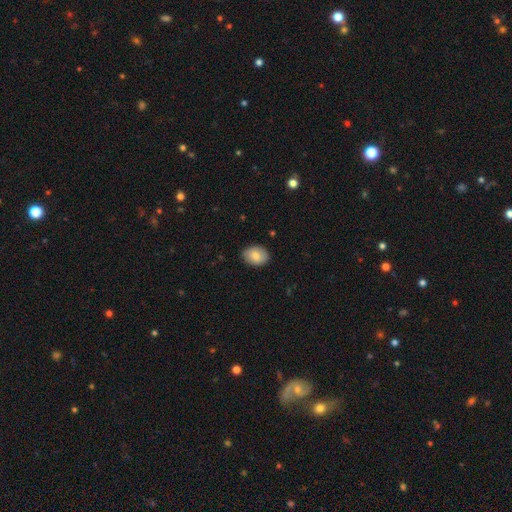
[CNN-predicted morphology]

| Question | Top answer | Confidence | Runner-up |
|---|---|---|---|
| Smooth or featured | smooth | 82% | featured or disk (11%) |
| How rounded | in between | 70% | round (29%) |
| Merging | none | 85% | minor disturbance (12%) |